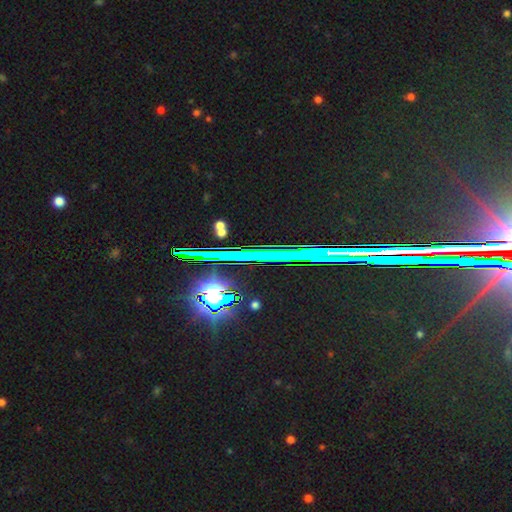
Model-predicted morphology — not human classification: Smooth or featured? star or artifact (83%)